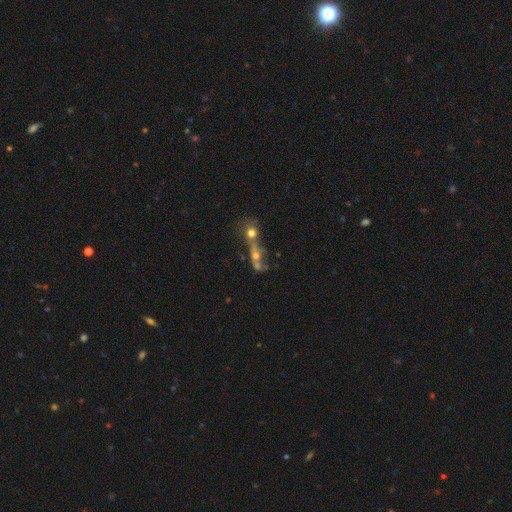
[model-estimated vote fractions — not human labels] Smooth or featured: smooth — 44% (featured or disk — 37%)
Merging: merger — 58% (none — 23%)